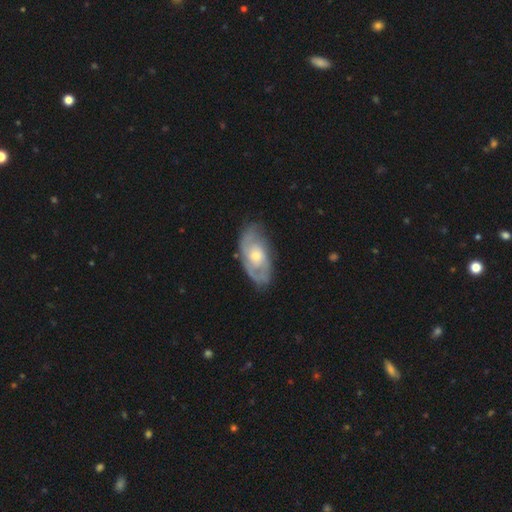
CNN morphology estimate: Smooth or featured? featured or disk (77%)
Edge-on disk? no (94%)
Bar? no (73%)
Spiral arms? yes (88%)
Spiral winding? tight (54%)
Spiral arm count? 2 (53%)
Bulge size? moderate (55%)
Merging? none (73%)